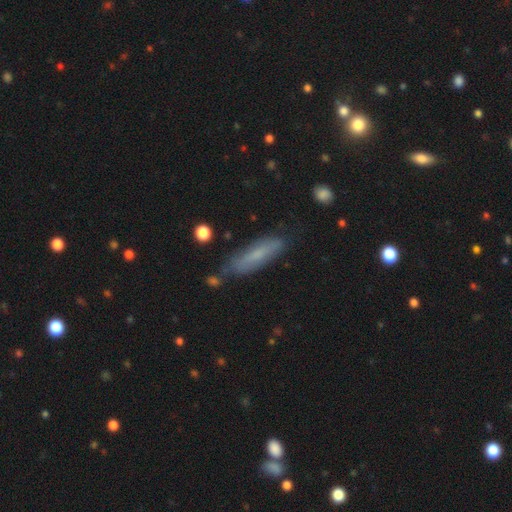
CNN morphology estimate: This is likely a smooth galaxy (64%). How rounded: likely cigar-shaped (73%). Merging: likely none (78%).